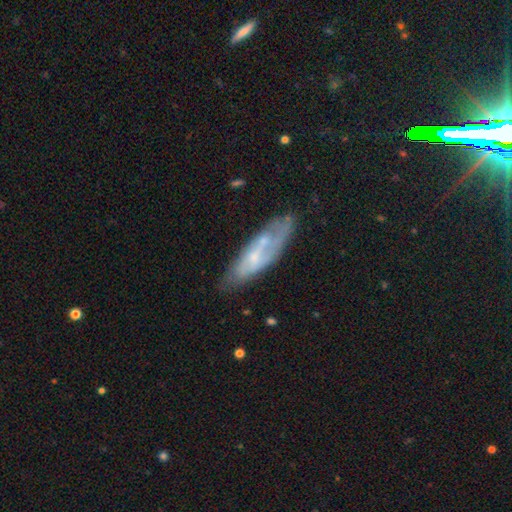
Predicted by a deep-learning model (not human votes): Q: Smooth or featured?
A: featured or disk (57%); runner-up: smooth (36%)
Q: Edge-on disk?
A: no (73%); runner-up: yes (27%)
Q: Merging?
A: none (59%); runner-up: minor disturbance (24%)